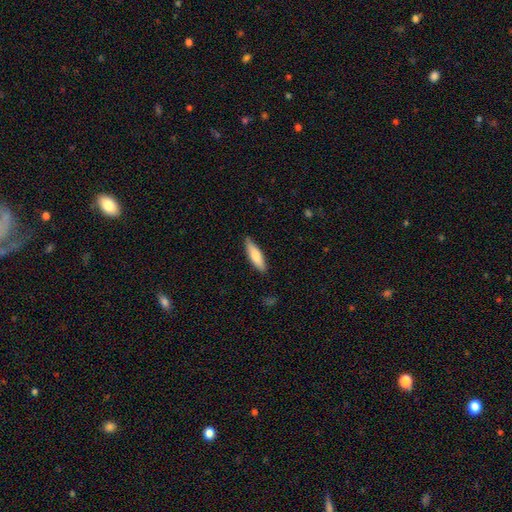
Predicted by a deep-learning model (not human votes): smooth-or-featured: smooth: 74% | featured or disk: 21% | star or artifact: 5%
  how-rounded: cigar-shaped: 65% | in between: 33% | round: 2%
  merging: none: 85% | minor disturbance: 12% | major disturbance: 2% | merger: 1%